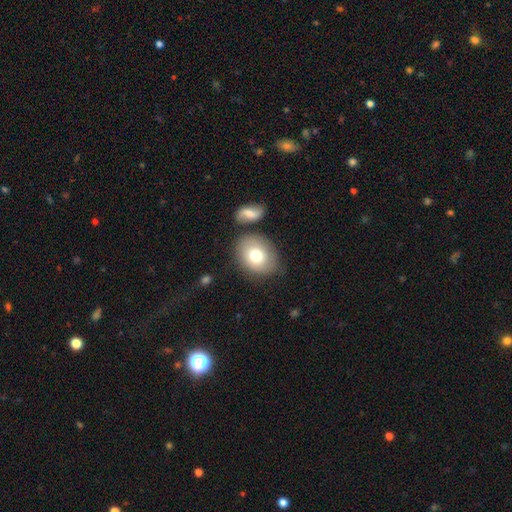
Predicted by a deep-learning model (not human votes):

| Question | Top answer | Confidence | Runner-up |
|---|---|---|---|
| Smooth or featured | smooth | 74% | featured or disk (18%) |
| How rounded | in between | 55% | round (44%) |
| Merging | none | 72% | minor disturbance (15%) |